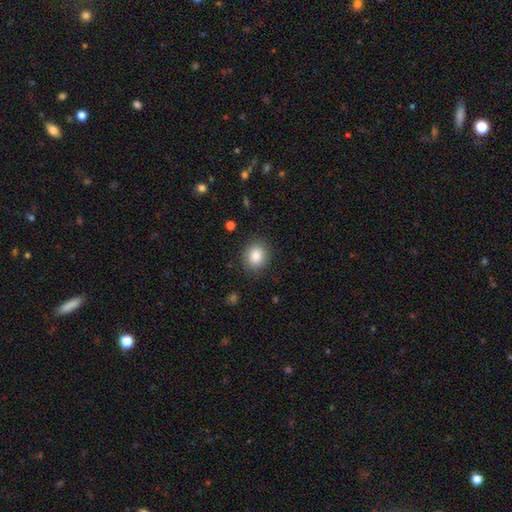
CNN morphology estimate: This appears to be a smooth galaxy with no disk features (86%) that is round (70%). Merging: none (87%).